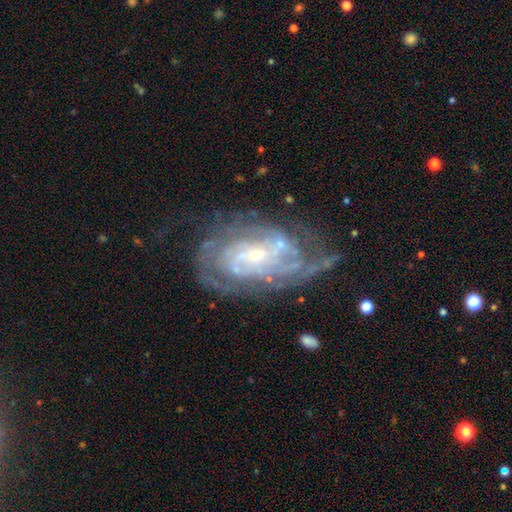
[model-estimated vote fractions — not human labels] This appears to be a featured or disk galaxy (87%) with no bar (55%), tight (65%) spiral arms (93%) and a small central bulge (67%). Merging: none (57%).